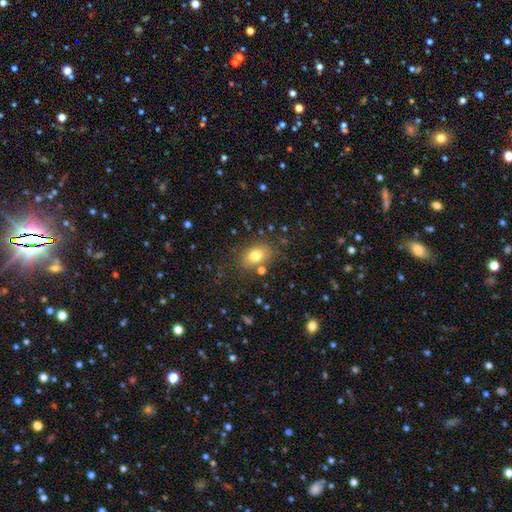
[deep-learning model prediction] Morphology: type=smooth (77%); roundness=in between (78%); merging=none (76%).